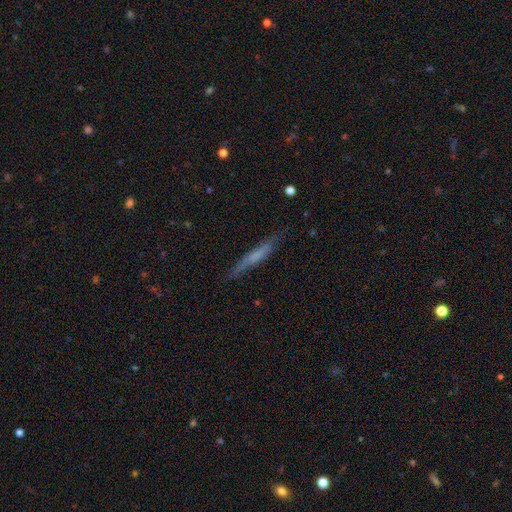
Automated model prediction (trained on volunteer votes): smooth_or_featured: smooth (p=0.49) [alt: featured or disk p=0.43]
merging: none (p=0.77) [alt: minor disturbance p=0.17]